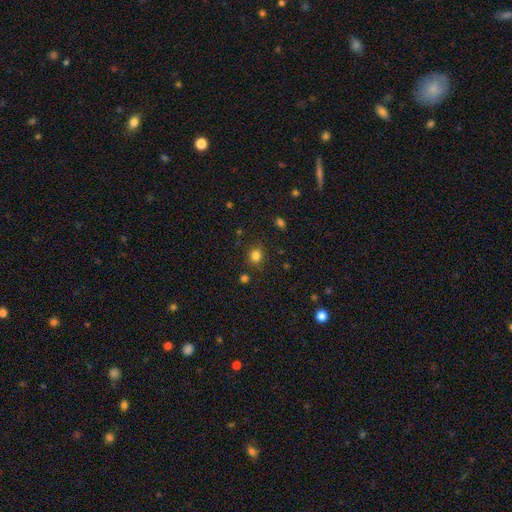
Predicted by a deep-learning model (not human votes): Smooth or featured: smooth — 81% (star or artifact — 15%)
How rounded: round — 81% (in between — 18%)
Merging: none — 83% (minor disturbance — 11%)